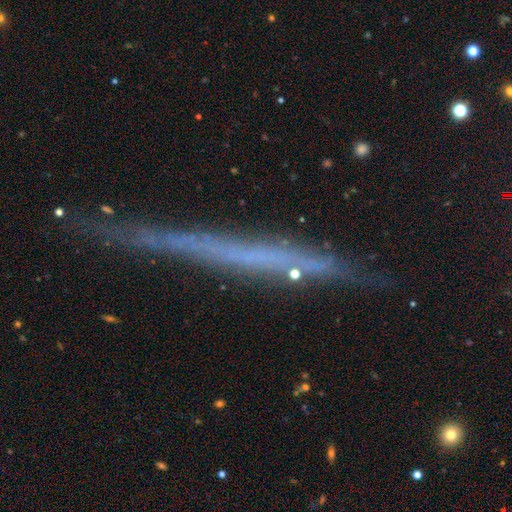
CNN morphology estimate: This is possibly a featured or disk galaxy (57%). It is clearly viewed edge-on (93%). Edge-on bulge: clearly none (90%). Merging: likely none (75%).